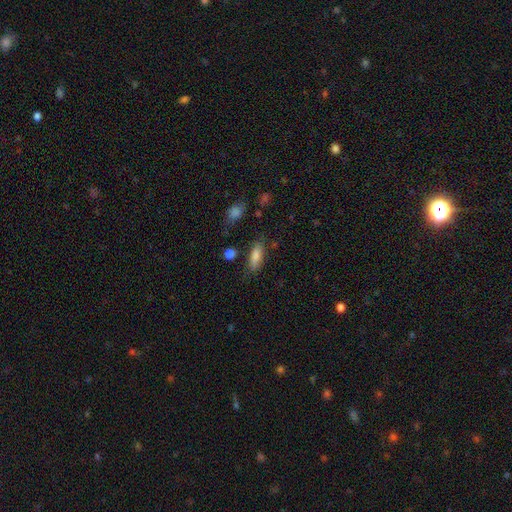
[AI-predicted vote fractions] Smooth or featured: smooth — 82% (featured or disk — 10%)
How rounded: in between — 66% (cigar-shaped — 31%)
Merging: none — 73% (minor disturbance — 18%)